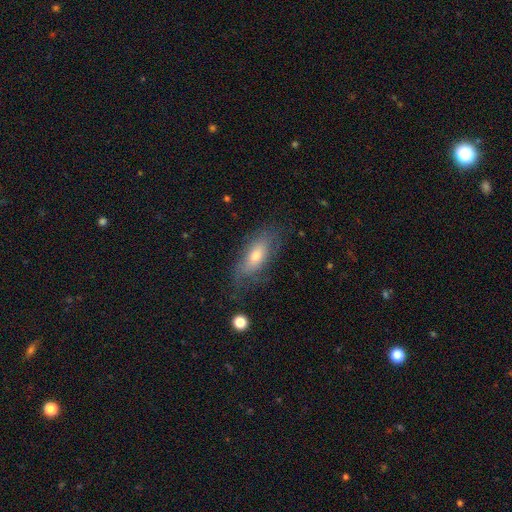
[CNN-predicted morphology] smooth 57%, featured or disk 35%, star or artifact 8%. Down the decision tree: how rounded — in between (77%); merging — none (67%).